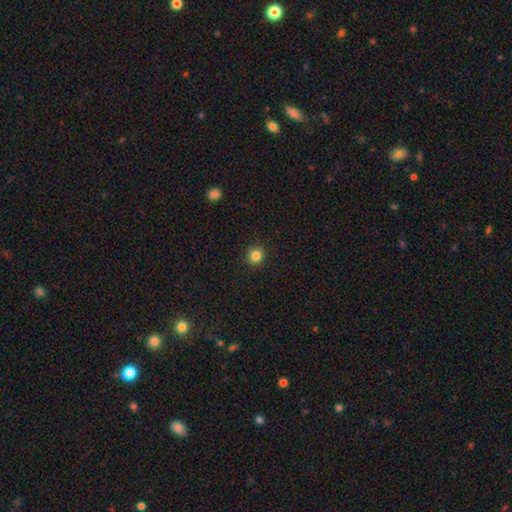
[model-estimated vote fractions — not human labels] Smooth or featured?
  - smooth: 84% *
  - star or artifact: 12%
  - featured or disk: 4%
How rounded?
  - round: 88% *
  - in between: 11%
  - cigar-shaped: 1%
Merging?
  - none: 91% *
  - minor disturbance: 6%
  - major disturbance: 2%
  - merger: 1%